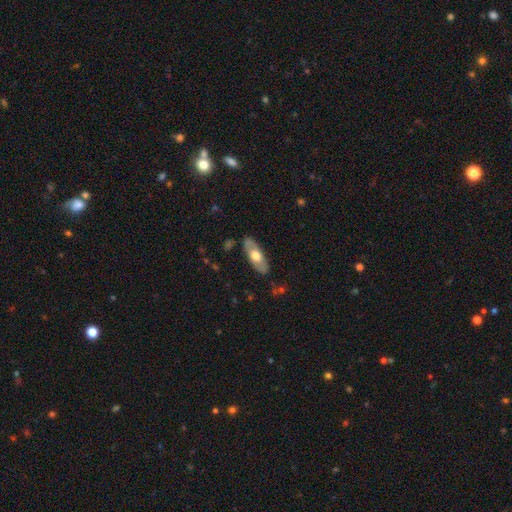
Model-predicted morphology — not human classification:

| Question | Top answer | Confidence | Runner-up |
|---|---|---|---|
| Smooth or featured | smooth | 53% | featured or disk (42%) |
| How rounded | in between | 76% | cigar-shaped (21%) |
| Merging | none | 83% | minor disturbance (13%) |